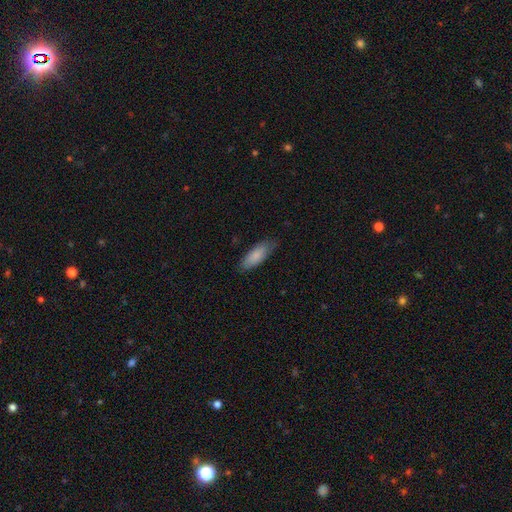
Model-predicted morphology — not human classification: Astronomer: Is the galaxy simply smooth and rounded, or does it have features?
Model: smooth — 84%.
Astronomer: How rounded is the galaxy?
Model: in between — 70%.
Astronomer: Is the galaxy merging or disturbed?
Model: none — 77%.